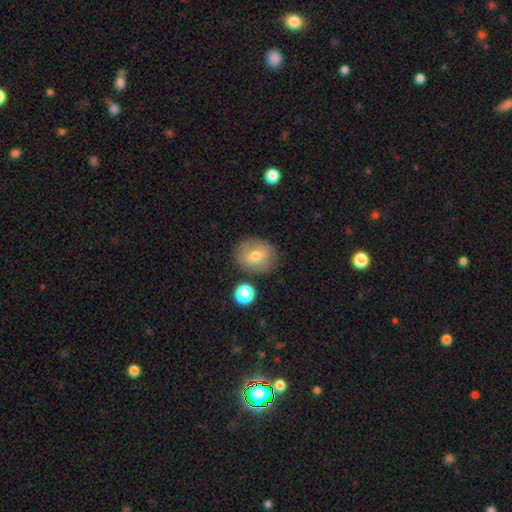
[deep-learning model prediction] A smooth galaxy with no disk features (69%) that is round (77%).

Vote fractions:
- Smooth or featured? smooth: 69% / featured or disk: 21% / star or artifact: 10%
- How rounded? round: 77% / in between: 22% / cigar-shaped: 1%
- Merging? none: 79% / minor disturbance: 12% / merger: 5% / major disturbance: 4%